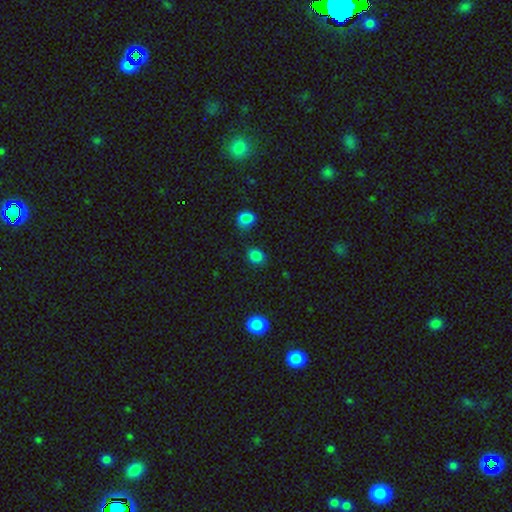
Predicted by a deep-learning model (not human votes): Smooth or featured? smooth (85%)
How rounded? round (66%)
Merging? none (79%)